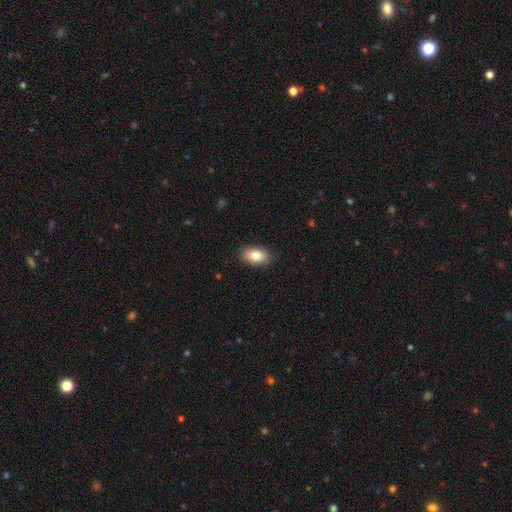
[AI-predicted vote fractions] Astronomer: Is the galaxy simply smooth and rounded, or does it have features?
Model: smooth — 82%.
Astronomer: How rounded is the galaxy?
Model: in between — 91%.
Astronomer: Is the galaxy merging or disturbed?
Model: none — 88%.